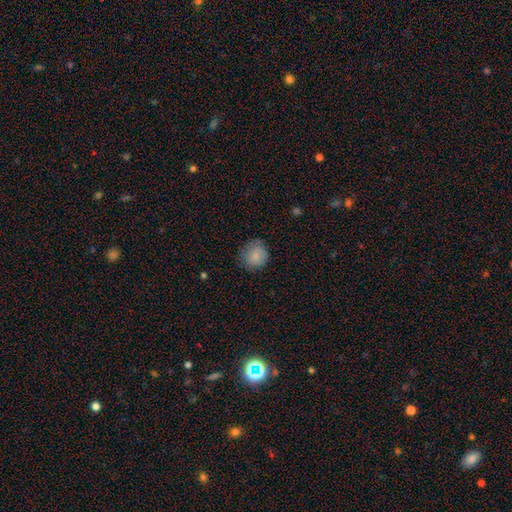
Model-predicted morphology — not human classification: This is clearly a smooth galaxy (84%). How rounded: clearly round (85%). Merging: likely none (74%).